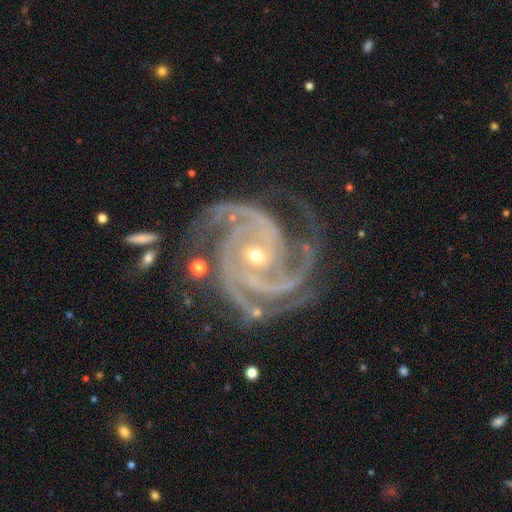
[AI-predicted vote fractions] The model was most divided on "spiral arm count": 3: 48%, 4: 23%, 2: 12%, can't tell: 6%, more than 4: 6%, 1: 5%. More confident: spiral arms — yes (99%); edge-on disk — no (98%); smooth or featured — featured or disk (93%); merging — none (70%); spiral winding — tight (67%); bulge size — small (62%); bar — no (58%).